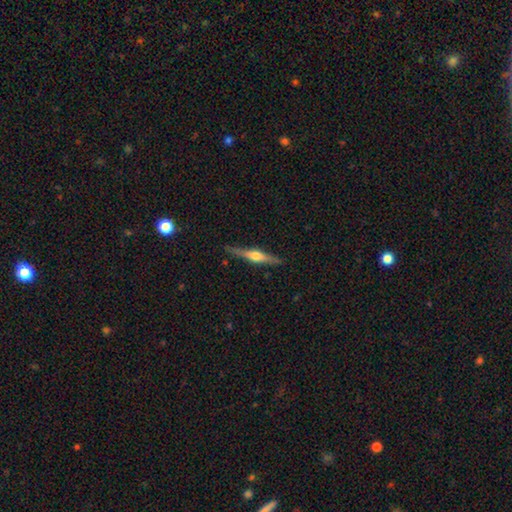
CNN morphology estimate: Smooth or featured? featured or disk (75%)
Edge-on disk? yes (98%)
Edge-on bulge? rounded (92%)
Merging? none (88%)